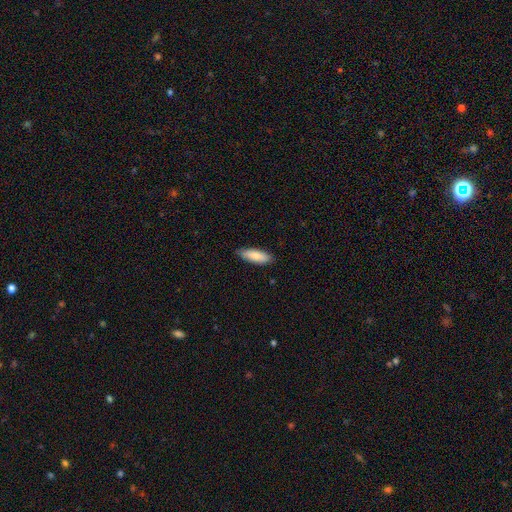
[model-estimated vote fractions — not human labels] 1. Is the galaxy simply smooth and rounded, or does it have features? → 82% smooth, 13% featured or disk, 5% star or artifact.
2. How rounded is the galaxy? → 59% in between, 39% cigar-shaped, 2% round.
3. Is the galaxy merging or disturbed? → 85% none, 12% minor disturbance, 2% major disturbance, 1% merger.